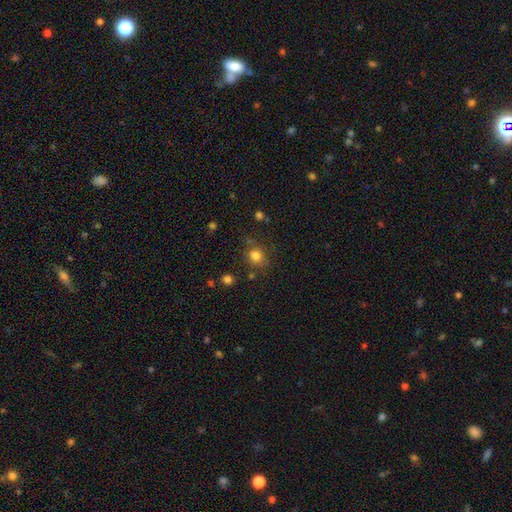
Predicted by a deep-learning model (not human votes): Overall: smooth (80%). How rounded: round (76%). Merging: none (74%).